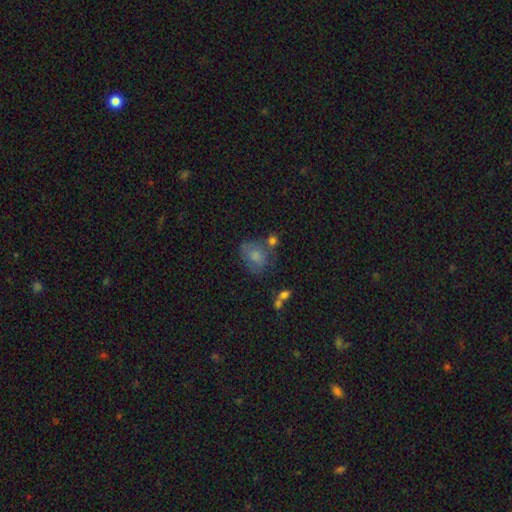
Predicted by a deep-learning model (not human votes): Smooth or featured? Predicted: smooth (p=0.70). How rounded? Predicted: in between (p=0.52). Merging? Predicted: none (p=0.47).